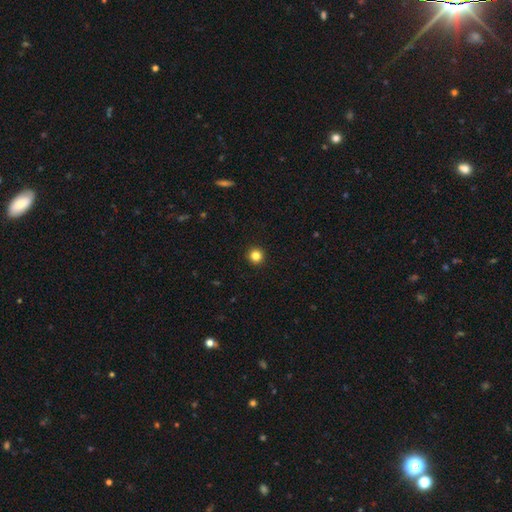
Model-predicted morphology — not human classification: smooth-or-featured: smooth: 83% | star or artifact: 12% | featured or disk: 5%
  how-rounded: round: 96% | in between: 3% | cigar-shaped: 1%
  merging: none: 94% | minor disturbance: 4% | major disturbance: 1% | merger: 1%